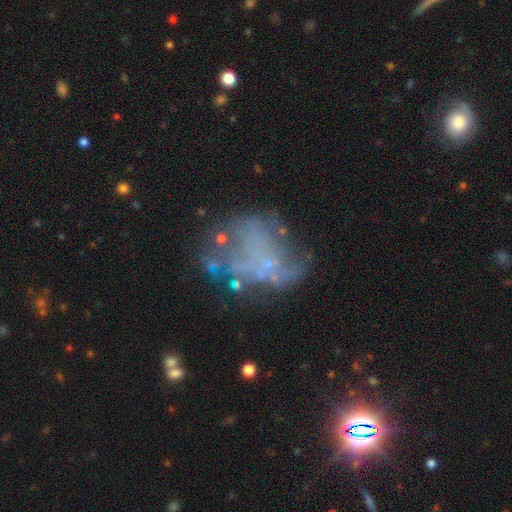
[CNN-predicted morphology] Smooth or featured?
  - featured or disk: 57% *
  - smooth: 24%
  - star or artifact: 20%
Edge-on disk?
  - no: 98% *
  - yes: 2%
Bar?
  - no: 90% *
  - weak: 8%
  - strong: 2%
Spiral arms?
  - no: 80% *
  - yes: 20%
Bulge size?
  - none: 74% *
  - small: 20%
  - moderate: 4%
  - large: 1%
  - dominant: 1%
Merging?
  - none: 39% *
  - major disturbance: 33%
  - minor disturbance: 20%
  - merger: 8%